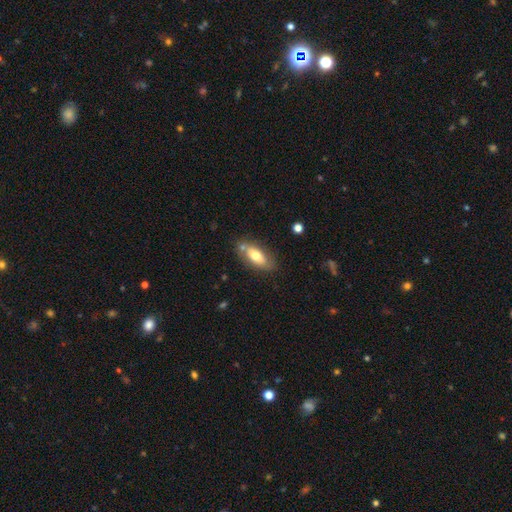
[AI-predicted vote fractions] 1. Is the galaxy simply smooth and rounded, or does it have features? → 66% smooth, 27% featured or disk, 7% star or artifact.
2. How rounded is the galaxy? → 82% in between, 14% cigar-shaped, 3% round.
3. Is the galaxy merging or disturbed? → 71% none, 16% minor disturbance, 9% merger, 4% major disturbance.